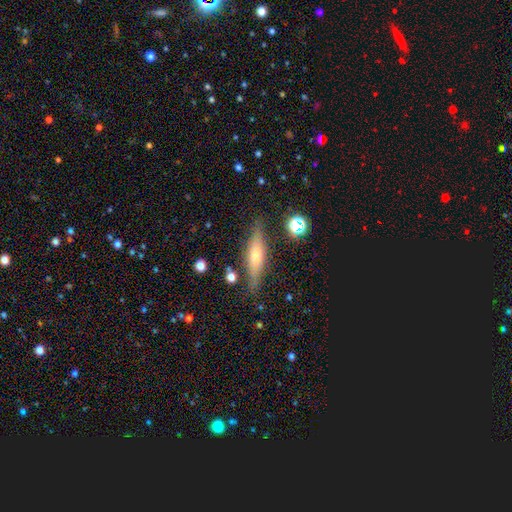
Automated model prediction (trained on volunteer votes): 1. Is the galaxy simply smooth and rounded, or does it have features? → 47% smooth, 45% featured or disk, 8% star or artifact.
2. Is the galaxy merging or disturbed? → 83% none, 12% minor disturbance, 3% major disturbance, 3% merger.